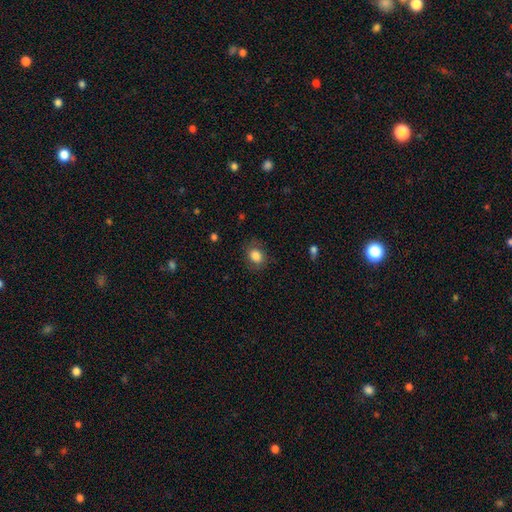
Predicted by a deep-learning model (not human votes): The model was most divided on "how rounded": round: 51%, in between: 48%, cigar-shaped: 1%. More confident: smooth or featured — smooth (81%); merging — none (75%).